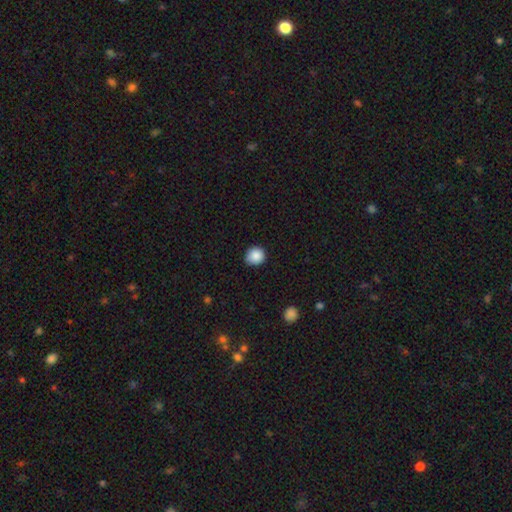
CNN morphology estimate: Q: Smooth or featured?
A: smooth (87%); runner-up: star or artifact (9%)
Q: How rounded?
A: round (90%); runner-up: in between (9%)
Q: Merging?
A: none (84%); runner-up: minor disturbance (13%)